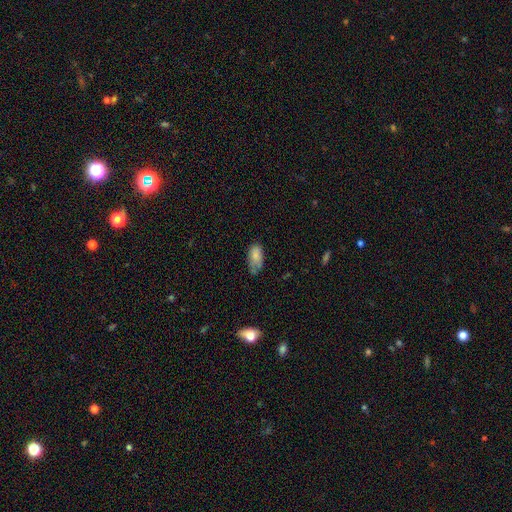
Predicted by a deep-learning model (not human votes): A smooth galaxy with no disk features (80%) that is in between round and cigar-shaped (92%). Merging: none (48%).